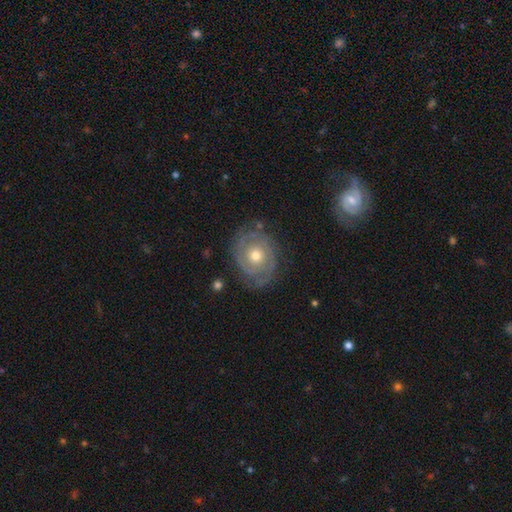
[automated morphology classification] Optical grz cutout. It shows a featured or disk galaxy (82%) with no bar (82%), 2 (57%) tight (71%) spiral arms (91%) and a moderate central bulge (67%). Merging: none (78%).